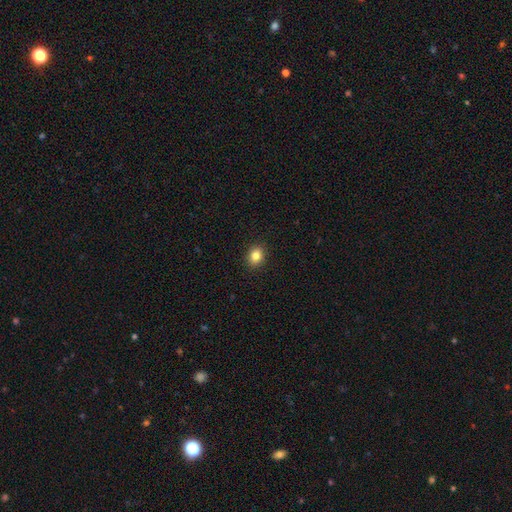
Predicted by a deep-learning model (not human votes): Smooth or featured? Predicted: smooth (p=0.83). How rounded? Predicted: round (p=0.52). Merging? Predicted: none (p=0.91).